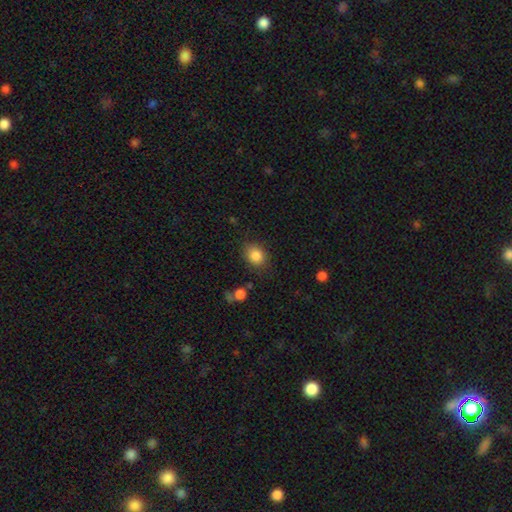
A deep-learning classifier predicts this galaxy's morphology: type=smooth (85%); roundness=in between (50%); merging=none (79%).